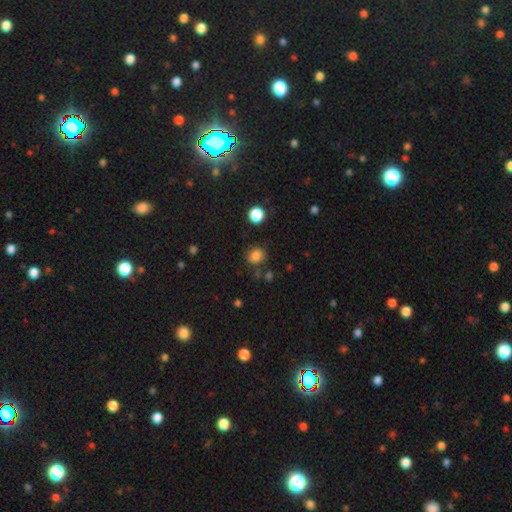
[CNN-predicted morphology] smooth_or_featured: smooth (p=0.82) [alt: star or artifact p=0.13]
how_rounded: round (p=0.75) [alt: in between p=0.24]
merging: none (p=0.78) [alt: minor disturbance p=0.13]